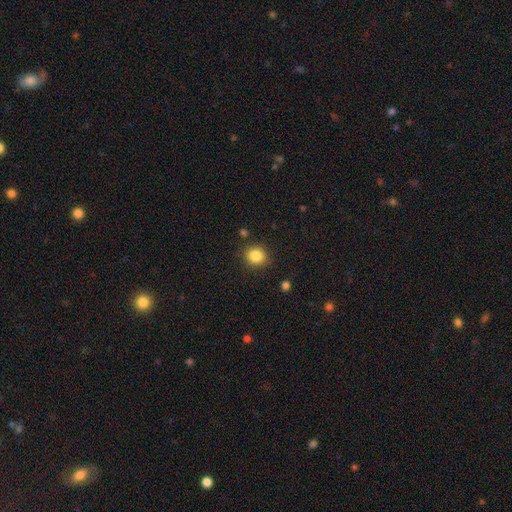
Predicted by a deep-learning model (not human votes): The model was most divided on "how rounded": round: 76%, in between: 23%, cigar-shaped: 1%. More confident: merging — none (86%); smooth or featured — smooth (85%).